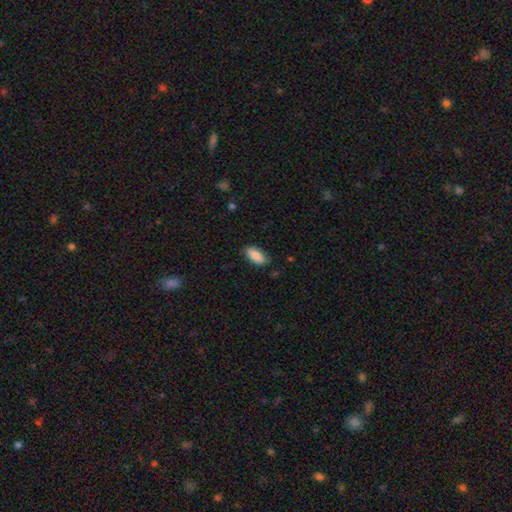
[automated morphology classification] Overall: smooth (85%). How rounded: in between (84%). Merging: none (84%).